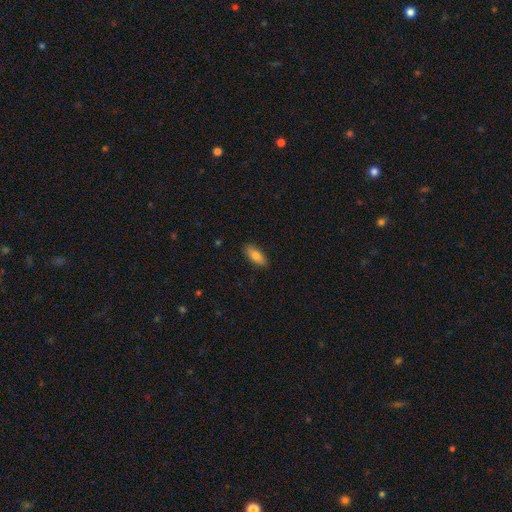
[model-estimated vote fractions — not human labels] The model was most divided on "how rounded": in between: 79%, cigar-shaped: 18%, round: 2%. More confident: merging — none (87%); smooth or featured — smooth (82%).